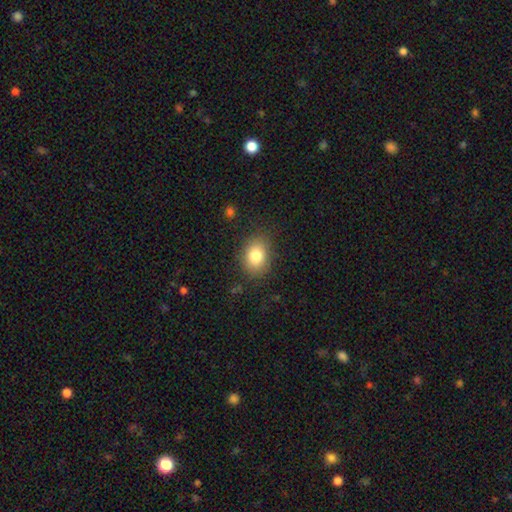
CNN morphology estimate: type=smooth (81%); roundness=in between (58%); merging=none (83%).